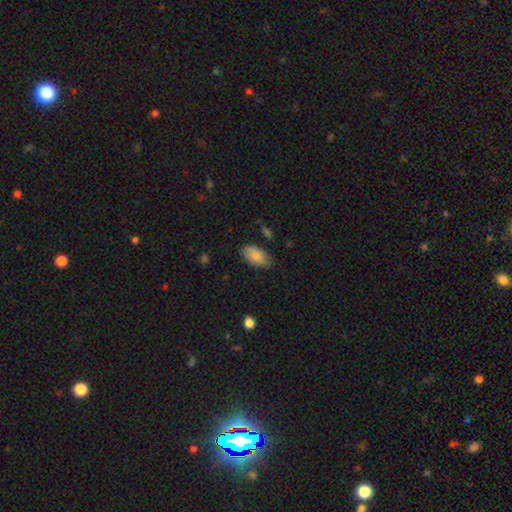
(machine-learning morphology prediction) Overall: smooth (83%). How rounded: in between (94%). Merging: none (78%).